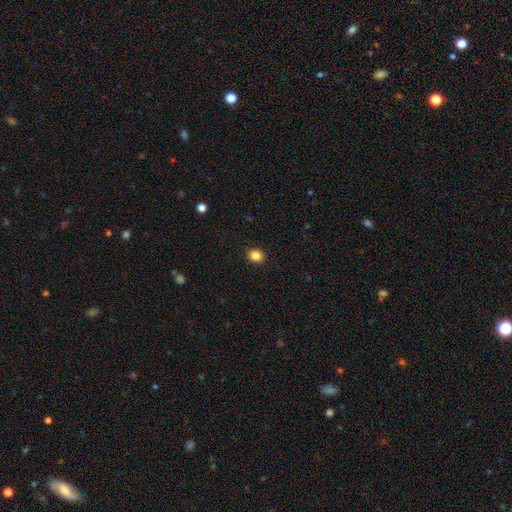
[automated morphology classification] smooth_or_featured: smooth (p=0.85) [alt: star or artifact p=0.10]
how_rounded: round (p=0.68) [alt: in between p=0.31]
merging: none (p=0.92) [alt: minor disturbance p=0.05]